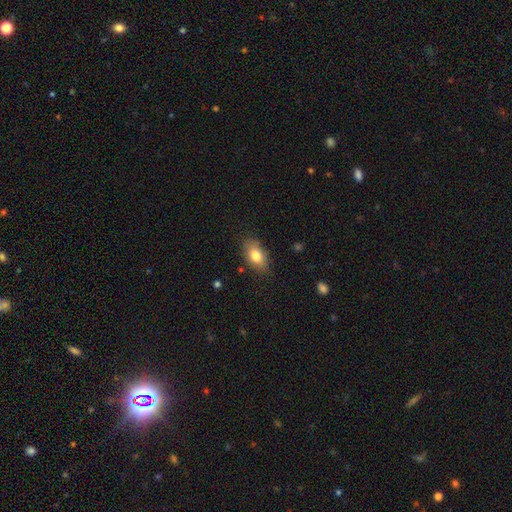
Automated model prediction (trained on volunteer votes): smooth_or_featured: smooth (p=0.80) [alt: featured or disk p=0.13]
how_rounded: in between (p=0.88) [alt: round p=0.08]
merging: none (p=0.80) [alt: minor disturbance p=0.15]